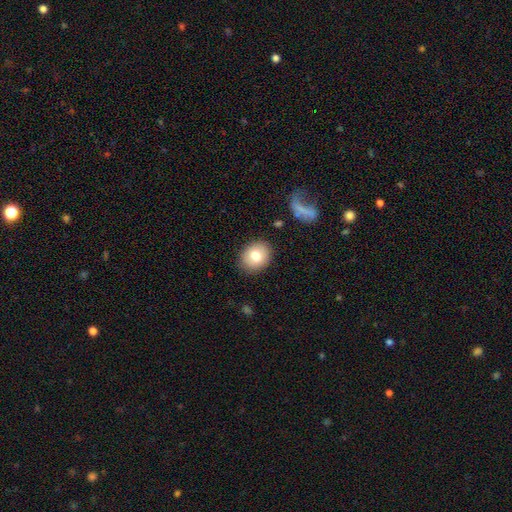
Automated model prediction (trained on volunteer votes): This appears to be a smooth galaxy with no disk features (77%) that is round (64%). Merging: none (87%).